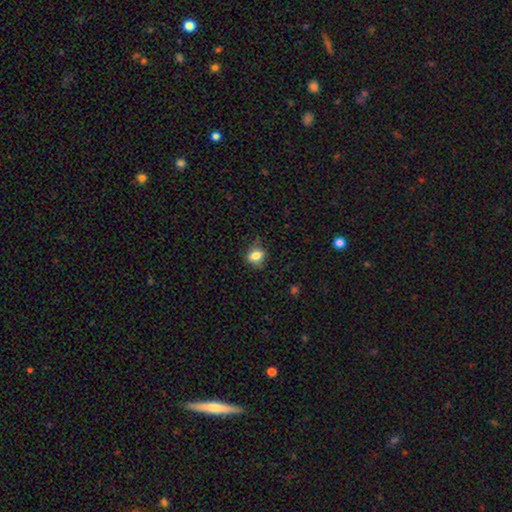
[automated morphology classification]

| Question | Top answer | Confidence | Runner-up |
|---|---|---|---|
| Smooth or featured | smooth | 77% | featured or disk (13%) |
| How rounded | in between | 63% | round (34%) |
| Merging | none | 72% | minor disturbance (21%) |